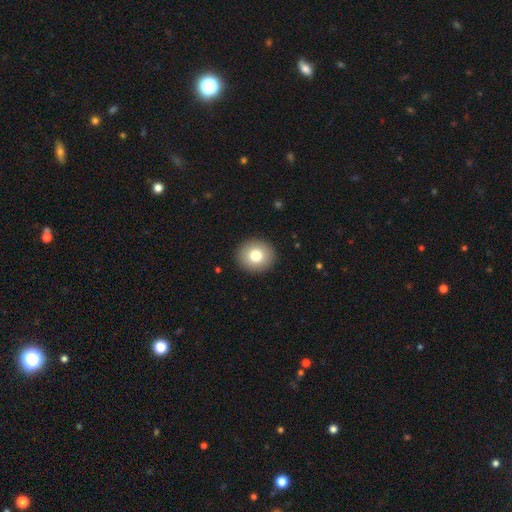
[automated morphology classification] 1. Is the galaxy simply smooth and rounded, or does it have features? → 78% smooth, 12% featured or disk, 10% star or artifact.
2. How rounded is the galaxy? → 85% round, 15% in between, 1% cigar-shaped.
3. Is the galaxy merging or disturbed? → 92% none, 5% minor disturbance, 2% major disturbance, 1% merger.